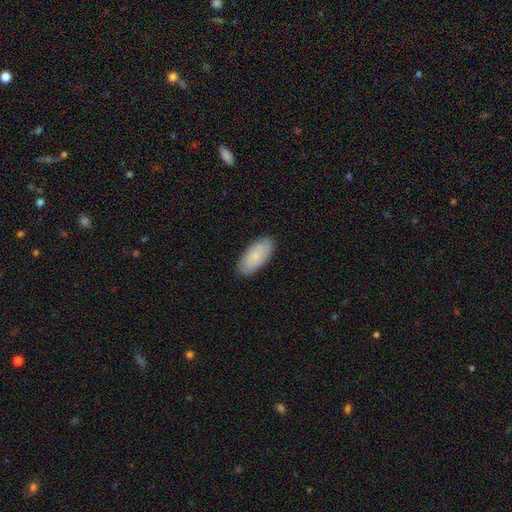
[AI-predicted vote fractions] The model was most divided on "smooth or featured": smooth: 73%, featured or disk: 20%, star or artifact: 7%. More confident: how rounded — in between (92%); merging — none (86%).